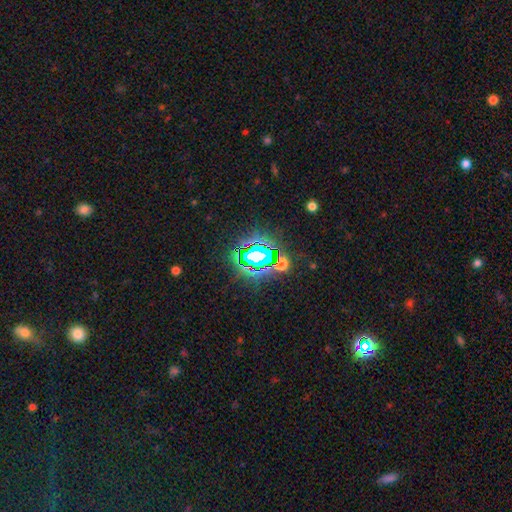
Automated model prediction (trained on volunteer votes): star or artifact 73%, smooth 16%, featured or disk 11%.